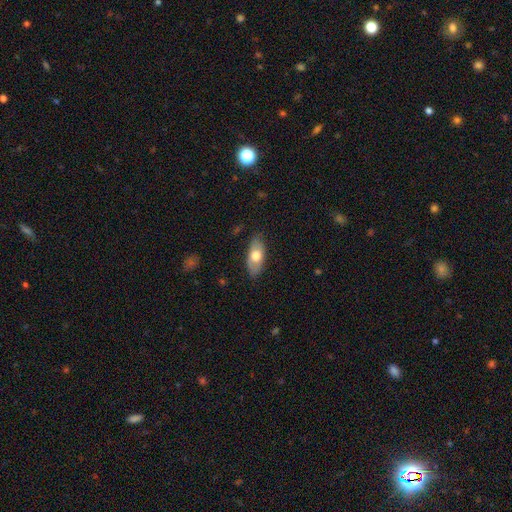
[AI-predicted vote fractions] The model was most divided on "smooth or featured": smooth: 61%, featured or disk: 33%, star or artifact: 6%. More confident: how rounded — in between (87%); merging — none (80%).